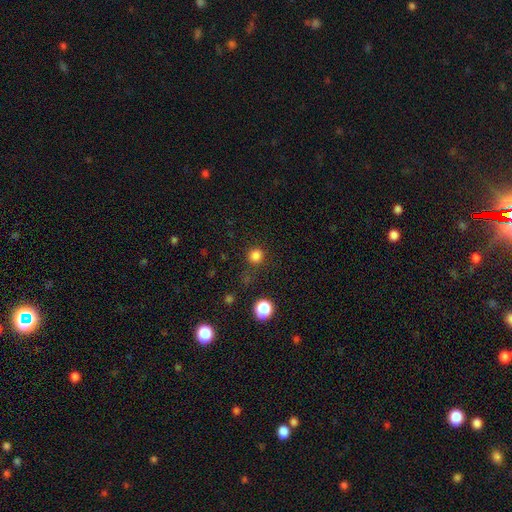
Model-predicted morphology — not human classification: Smooth or featured? smooth (81%)
How rounded? round (93%)
Merging? none (85%)